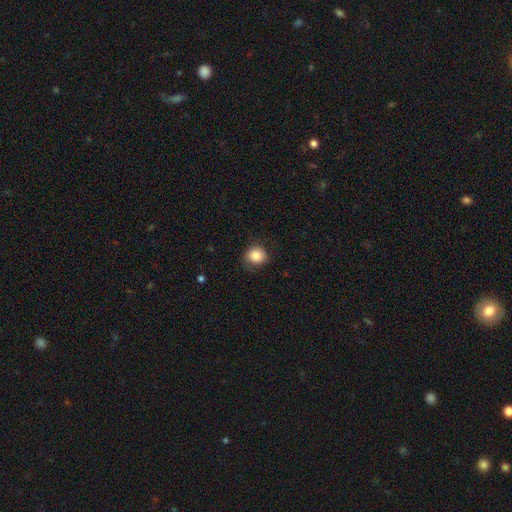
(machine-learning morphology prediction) smooth 85%, star or artifact 9%, featured or disk 6%. Down the decision tree: how rounded — round (83%); merging — none (78%).